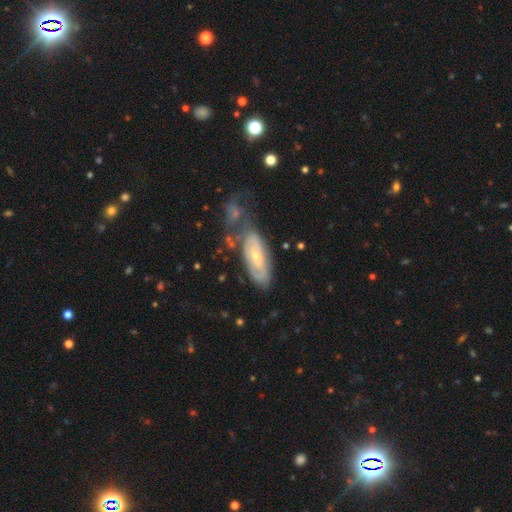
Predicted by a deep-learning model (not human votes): A featured or disk galaxy (71%) with no bar (69%), tight (69%) spiral arms (79%) and a small central bulge (68%). Merging: none (44%).